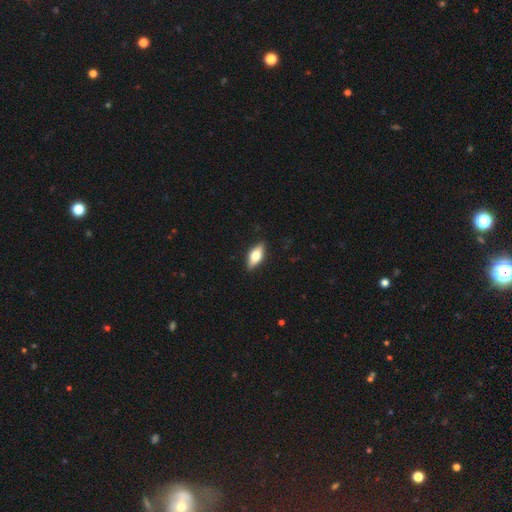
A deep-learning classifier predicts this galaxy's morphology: A smooth galaxy with no disk features (62%) that is in between round and cigar-shaped (79%).

Vote fractions:
- Smooth or featured? smooth: 62% / featured or disk: 31% / star or artifact: 6%
- How rounded? in between: 79% / cigar-shaped: 17% / round: 4%
- Merging? none: 88% / minor disturbance: 9% / major disturbance: 2% / merger: 1%